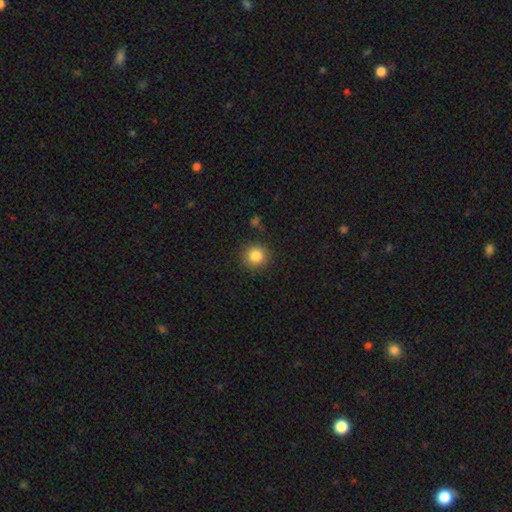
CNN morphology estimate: Smooth or featured: smooth — 85% (star or artifact — 10%)
How rounded: round — 93% (in between — 6%)
Merging: none — 88% (minor disturbance — 8%)